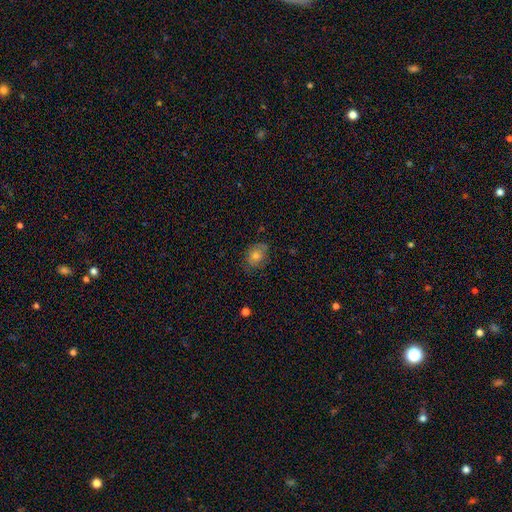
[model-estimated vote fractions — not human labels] Smooth or featured? Predicted: smooth (p=0.53). How rounded? Predicted: in between (p=0.56). Merging? Predicted: none (p=0.74).